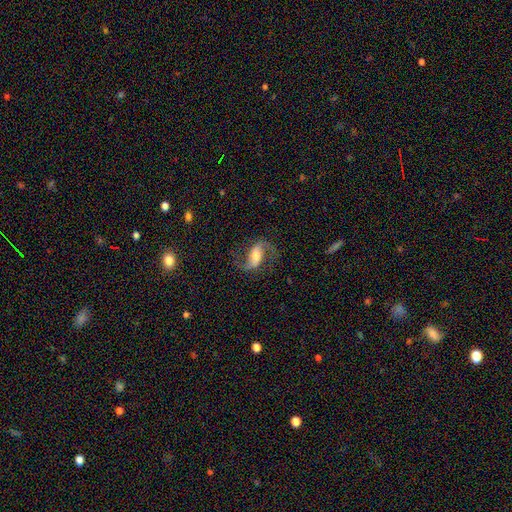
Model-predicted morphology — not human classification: Smooth or featured? Predicted: featured or disk (p=0.84). Edge-on disk? Predicted: no (p=0.96). Bar? Predicted: strong (p=0.40). Spiral arms? Predicted: yes (p=0.96). Spiral winding? Predicted: loose (p=0.60). Spiral arm count? Predicted: 2 (p=0.92). Bulge size? Predicted: moderate (p=0.52). Merging? Predicted: none (p=0.75).